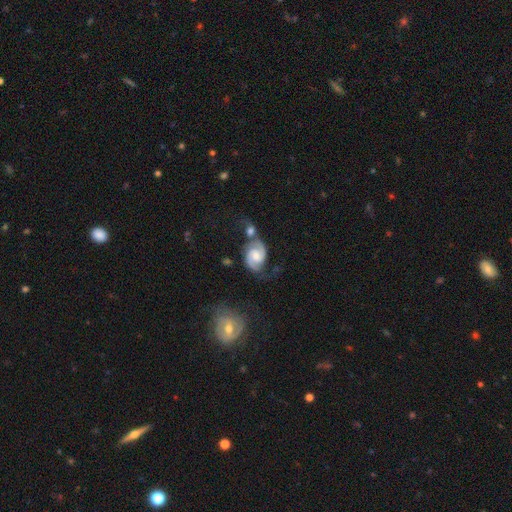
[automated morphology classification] featured or disk 87%, smooth 8%, star or artifact 5%. Down the decision tree: edge-on disk — no (98%); bar — no (51%); spiral arms — yes (98%); spiral arm count — 2 (93%); spiral winding — medium (50%); bulge size — moderate (52%); merging — none (52%).